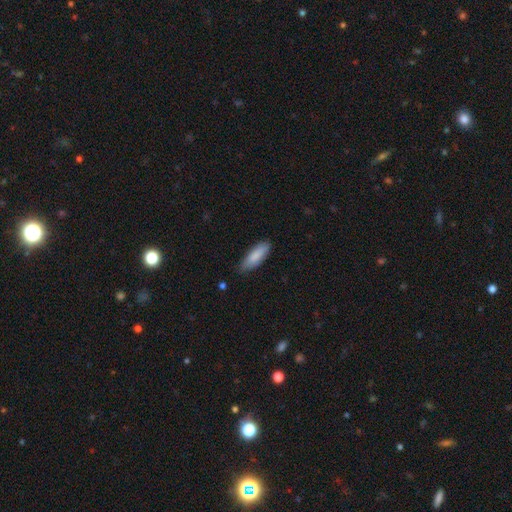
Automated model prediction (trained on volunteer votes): Smooth or featured? Predicted: smooth (p=0.86). How rounded? Predicted: in between (p=0.55). Merging? Predicted: none (p=0.79).